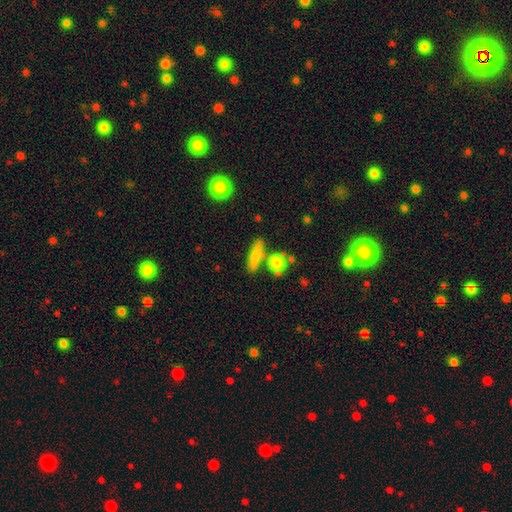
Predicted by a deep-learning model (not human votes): Q: Smooth or featured?
A: smooth (78%); runner-up: featured or disk (14%)
Q: How rounded?
A: cigar-shaped (61%); runner-up: in between (26%)
Q: Merging?
A: none (70%); runner-up: merger (14%)